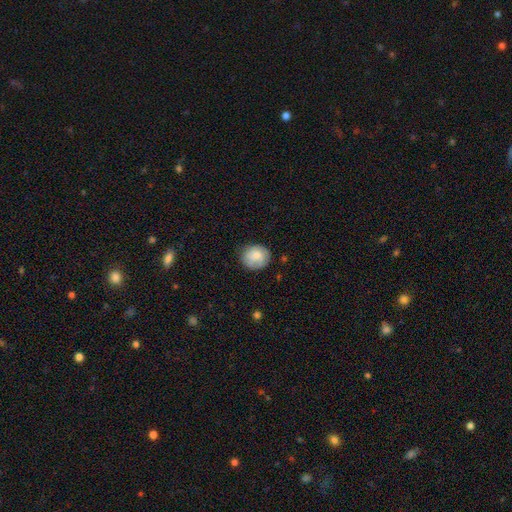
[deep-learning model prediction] smooth 74%, featured or disk 19%, star or artifact 7%. Down the decision tree: how rounded — round (77%); merging — none (75%).